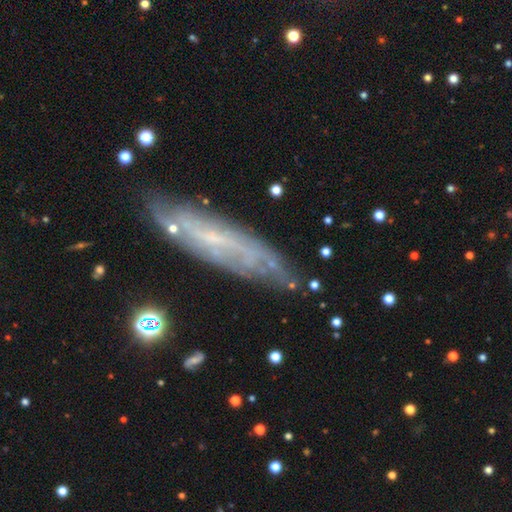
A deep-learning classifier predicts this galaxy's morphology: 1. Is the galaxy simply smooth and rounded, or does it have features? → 68% featured or disk, 24% smooth, 8% star or artifact.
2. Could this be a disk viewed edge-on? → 59% no, 41% yes.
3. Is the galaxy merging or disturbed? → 71% none, 20% minor disturbance, 6% major disturbance, 3% merger.